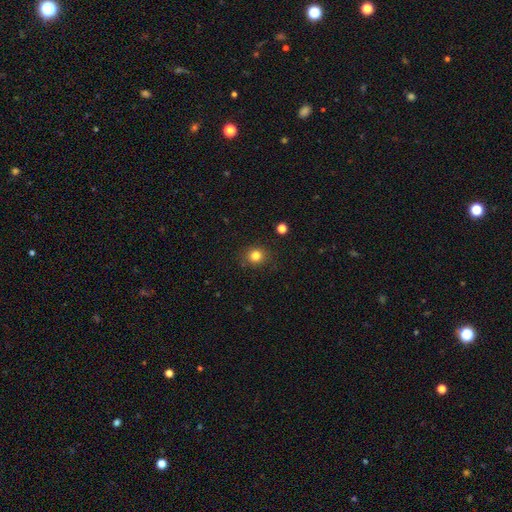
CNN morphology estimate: Smooth or featured? smooth (81%)
How rounded? round (84%)
Merging? none (87%)